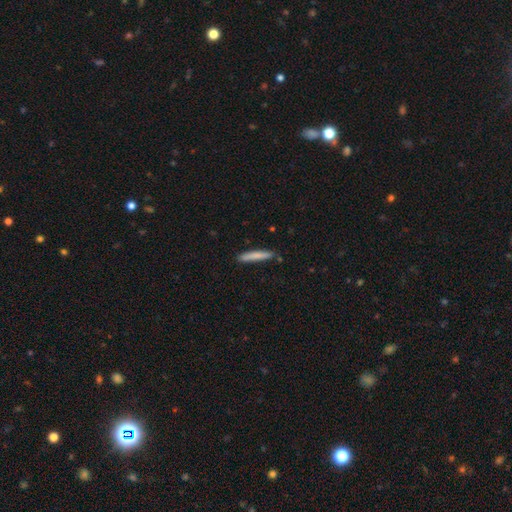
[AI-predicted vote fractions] This is likely a smooth galaxy (78%). How rounded: clearly cigar-shaped (94%). Merging: clearly none (84%).